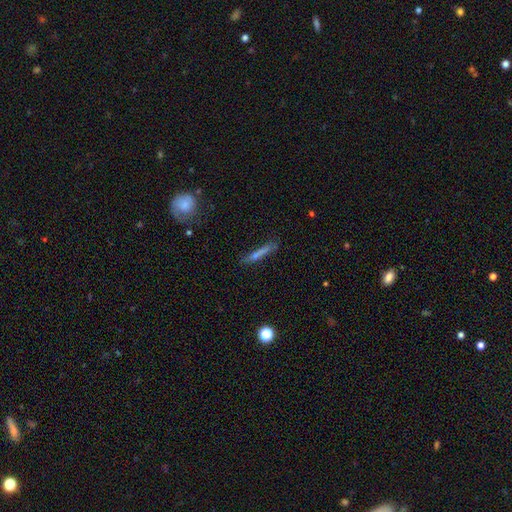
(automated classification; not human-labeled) This is possibly a smooth galaxy (47%). Merging: likely none (77%).